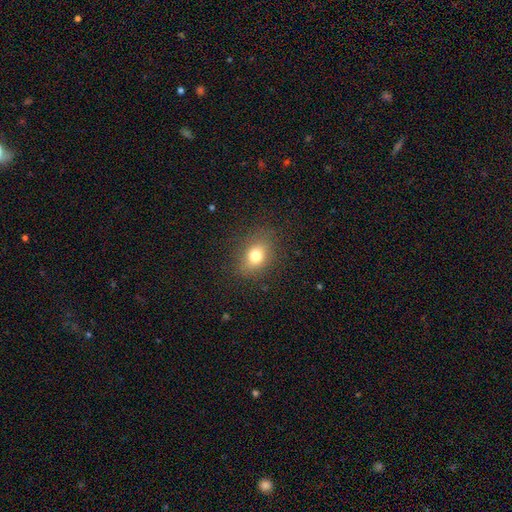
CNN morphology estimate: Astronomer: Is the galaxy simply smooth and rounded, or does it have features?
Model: smooth — 76%.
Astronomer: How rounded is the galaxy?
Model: in between — 64%.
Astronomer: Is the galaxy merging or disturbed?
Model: none — 82%.